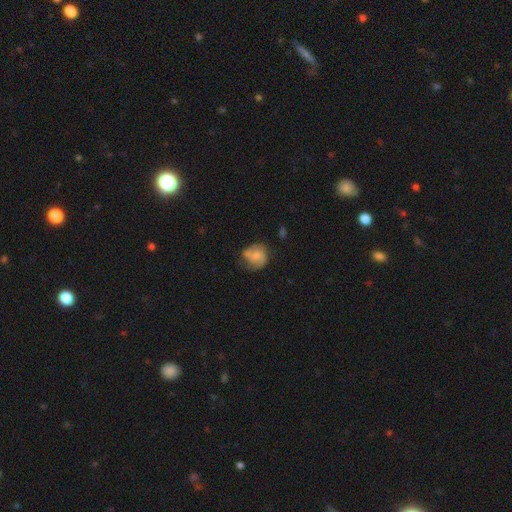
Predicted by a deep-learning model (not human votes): The model was most divided on "bulge size": small: 38%, moderate: 33%, none: 21%, large: 6%, dominant: 1%. Remaining: edge-on disk — no (98%); spiral arms — yes (86%); spiral arm count — 2 (74%); bar — no (61%); smooth or featured — featured or disk (60%); merging — none (58%); spiral winding — medium (45%).